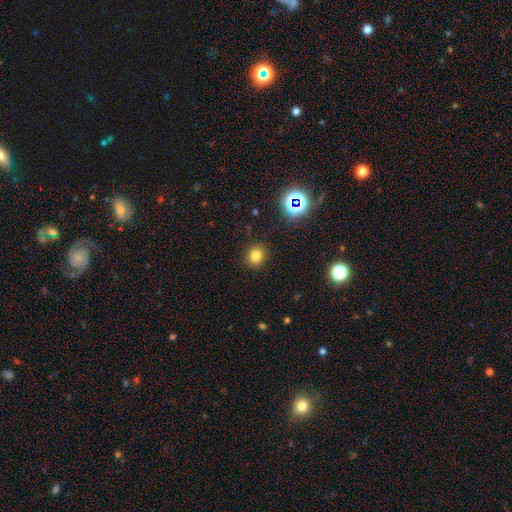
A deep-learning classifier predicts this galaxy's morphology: Smooth or featured: smooth — 77% (star or artifact — 16%)
How rounded: round — 84% (in between — 15%)
Merging: none — 90% (minor disturbance — 7%)